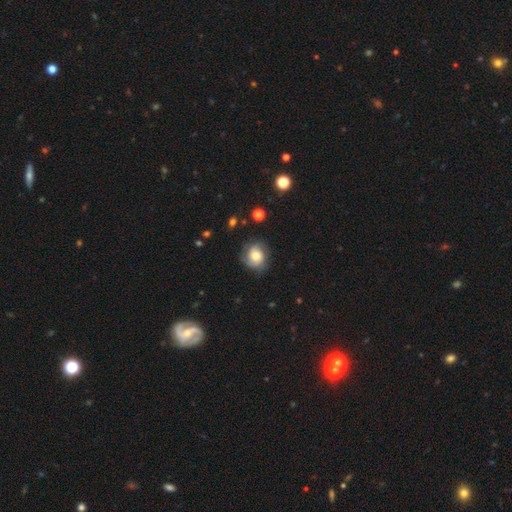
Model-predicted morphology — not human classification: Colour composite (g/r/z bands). It shows a smooth galaxy with no disk features (53%) that is round (73%). Merging: none (72%).